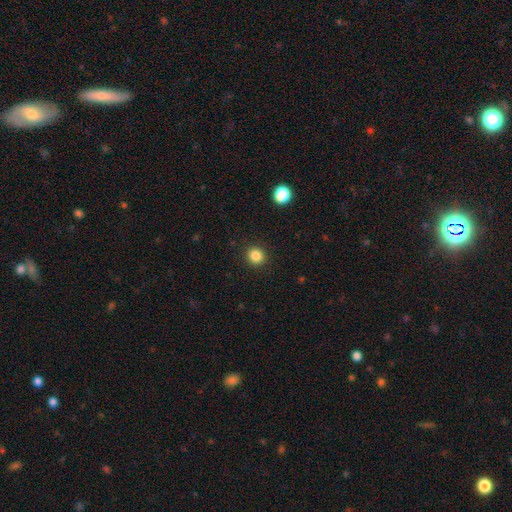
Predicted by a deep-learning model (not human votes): A smooth galaxy with no disk features (85%) that is round (85%). Merging: none (91%).